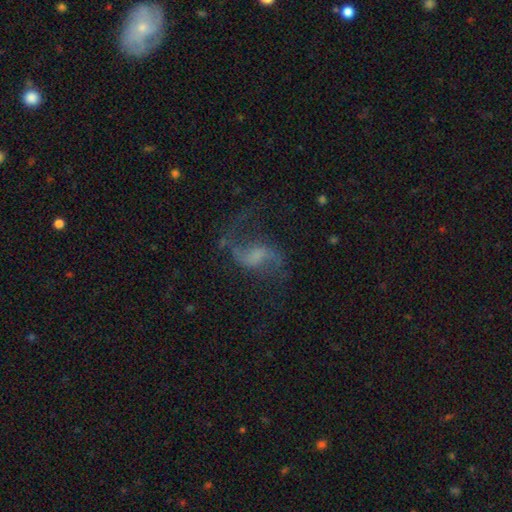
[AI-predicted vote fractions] Smooth or featured? Predicted: featured or disk (p=0.80). Edge-on disk? Predicted: no (p=0.97). Bar? Predicted: weak (p=0.49). Spiral arms? Predicted: yes (p=0.94). Spiral winding? Predicted: loose (p=0.76). Spiral arm count? Predicted: 2 (p=0.91). Bulge size? Predicted: none (p=0.41). Merging? Predicted: none (p=0.64).